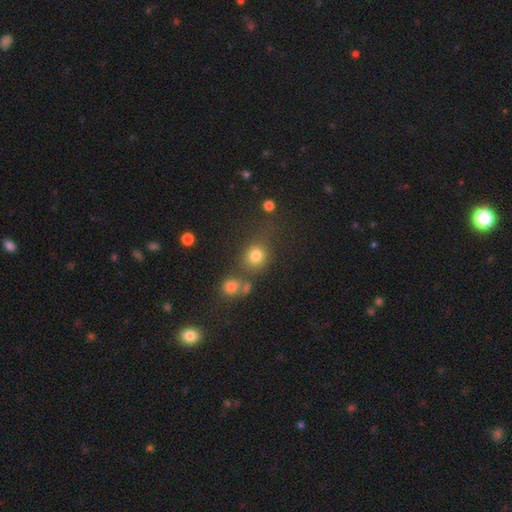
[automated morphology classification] Smooth or featured? Predicted: smooth (p=0.78). How rounded? Predicted: round (p=0.83). Merging? Predicted: none (p=0.63).